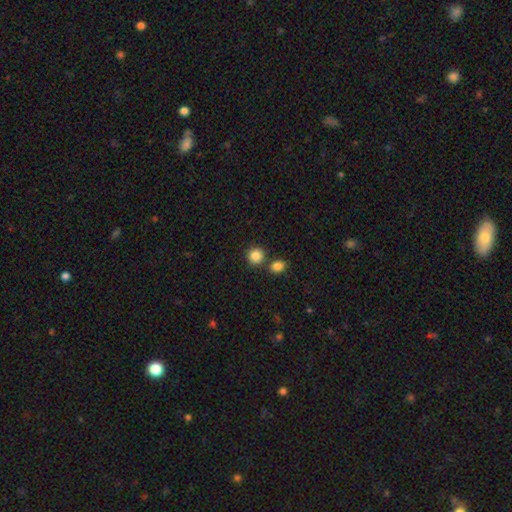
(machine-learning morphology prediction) smooth_or_featured: smooth (p=0.86) [alt: star or artifact p=0.10]
how_rounded: round (p=0.89) [alt: in between p=0.10]
merging: none (p=0.76) [alt: merger p=0.14]